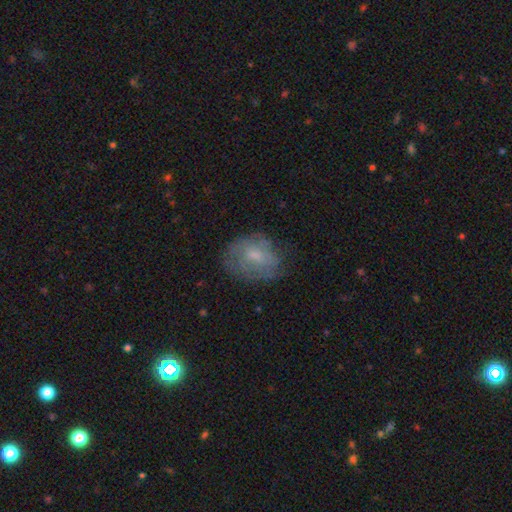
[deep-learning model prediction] smooth 50%, featured or disk 41%, star or artifact 9%. Down the decision tree: how rounded — in between (59%); merging — none (62%).